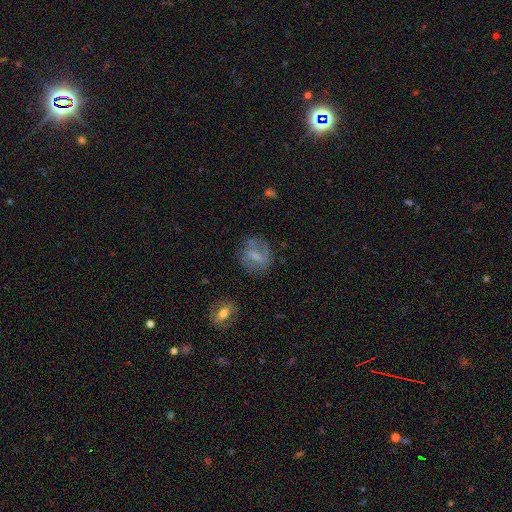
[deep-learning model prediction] A featured or disk galaxy (50%).

Vote fractions:
- Smooth or featured? featured or disk: 50% / smooth: 41% / star or artifact: 9%
- Merging? none: 70% / minor disturbance: 19% / major disturbance: 9% / merger: 3%